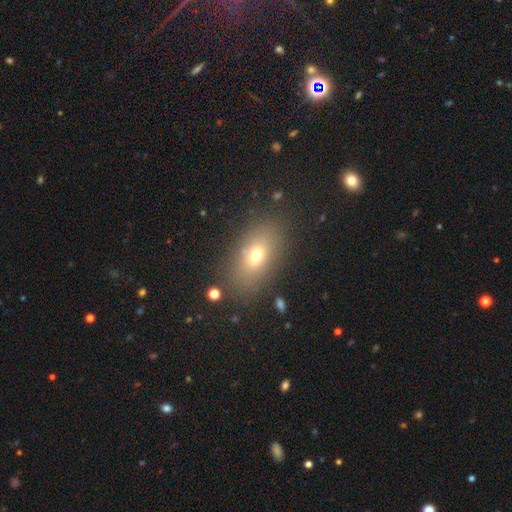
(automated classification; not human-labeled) This is likely a smooth galaxy (68%). How rounded: clearly in between (81%). Merging: clearly none (82%).